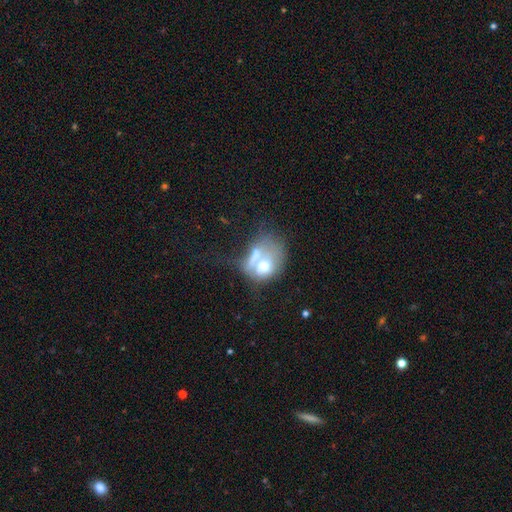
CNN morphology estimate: Smooth or featured? Predicted: smooth (p=0.51). How rounded? Predicted: in between (p=0.60). Merging? Predicted: merger (p=0.48).